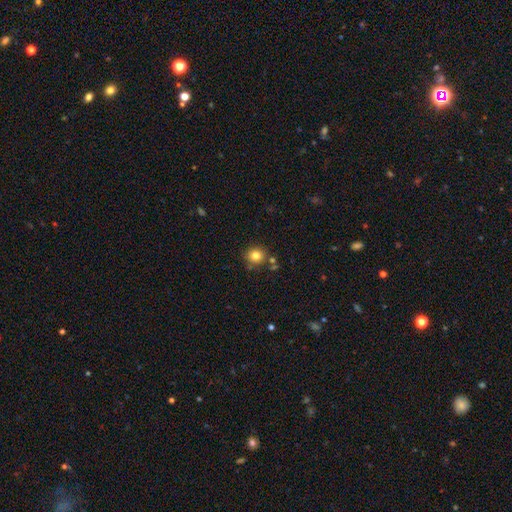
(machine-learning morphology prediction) The model was most divided on "merging": none: 78%, minor disturbance: 11%, merger: 8%, major disturbance: 3%. More confident: how rounded — round (89%); smooth or featured — smooth (81%).